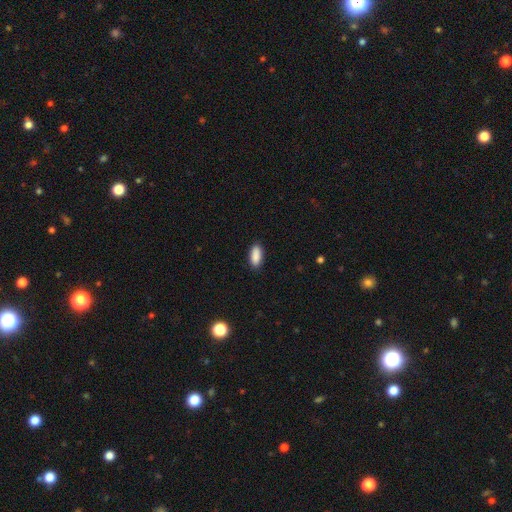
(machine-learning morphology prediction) A smooth galaxy with no disk features (89%) that is in between round and cigar-shaped (84%).

Vote fractions:
- Smooth or featured? smooth: 89% / star or artifact: 7% / featured or disk: 4%
- How rounded? in between: 84% / cigar-shaped: 14% / round: 2%
- Merging? none: 87% / minor disturbance: 9% / major disturbance: 2% / merger: 1%